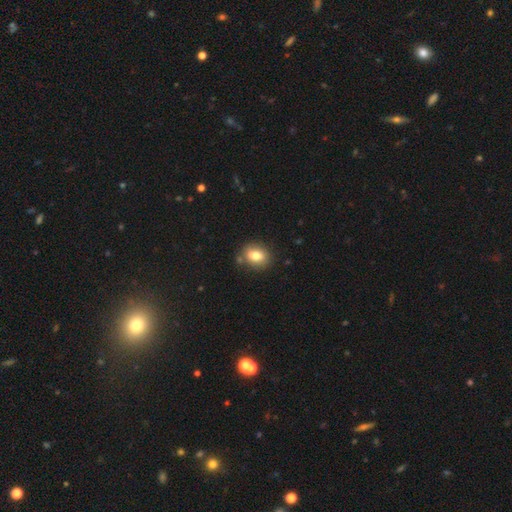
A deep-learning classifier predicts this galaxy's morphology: Q: Smooth or featured?
A: smooth (79%); runner-up: featured or disk (12%)
Q: How rounded?
A: in between (58%); runner-up: round (41%)
Q: Merging?
A: none (80%); runner-up: minor disturbance (12%)